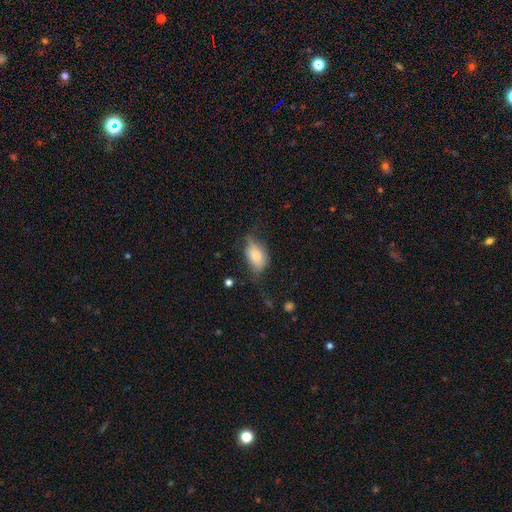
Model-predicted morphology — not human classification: A smooth galaxy with no disk features (74%) that is in between round and cigar-shaped (87%).

Vote fractions:
- Smooth or featured? smooth: 74% / featured or disk: 18% / star or artifact: 8%
- How rounded? in between: 87% / round: 11% / cigar-shaped: 3%
- Merging? none: 40% / minor disturbance: 37% / major disturbance: 21% / merger: 2%